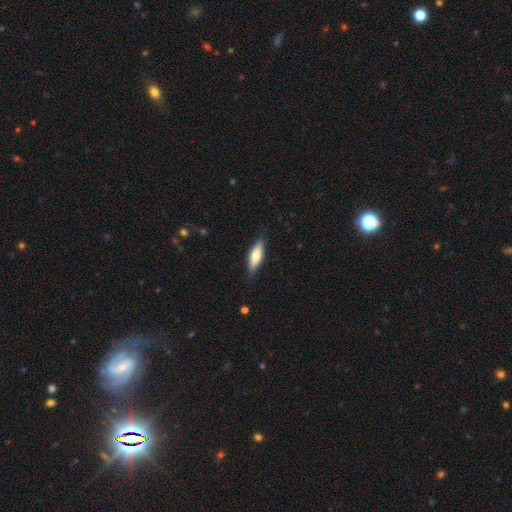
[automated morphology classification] A smooth galaxy with no disk features (65%) that is cigar-shaped (53%).

Vote fractions:
- Smooth or featured? smooth: 65% / featured or disk: 29% / star or artifact: 6%
- How rounded? cigar-shaped: 53% / in between: 45% / round: 2%
- Merging? none: 84% / minor disturbance: 13% / major disturbance: 2% / merger: 1%